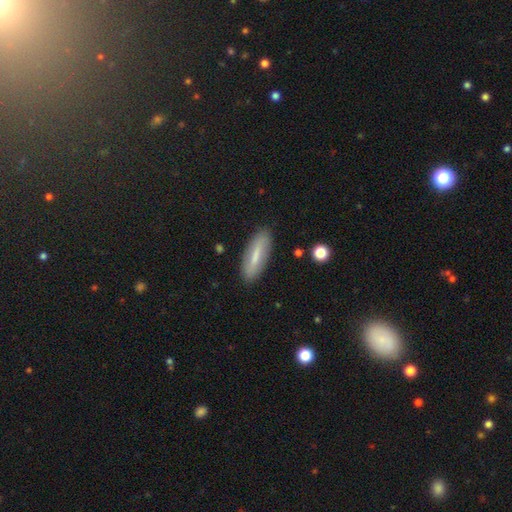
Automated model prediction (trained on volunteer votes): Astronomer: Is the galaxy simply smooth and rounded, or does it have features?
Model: smooth — 61%.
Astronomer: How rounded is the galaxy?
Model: in between — 49%, tied with cigar-shaped at 49%.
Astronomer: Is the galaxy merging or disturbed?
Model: none — 86%.